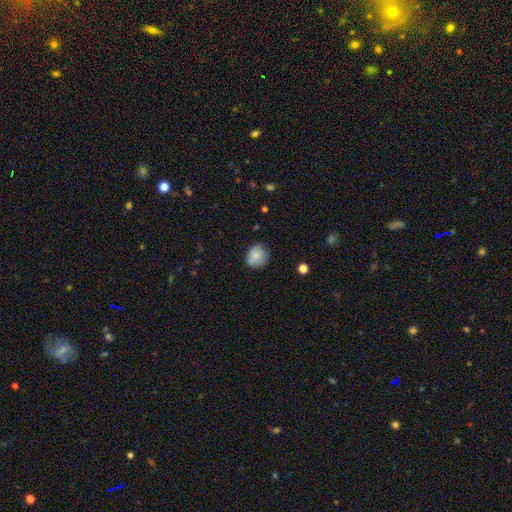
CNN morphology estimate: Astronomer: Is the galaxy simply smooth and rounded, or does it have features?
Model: smooth — 83%.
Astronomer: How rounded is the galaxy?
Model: round — 66%.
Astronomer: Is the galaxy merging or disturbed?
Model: none — 74%.